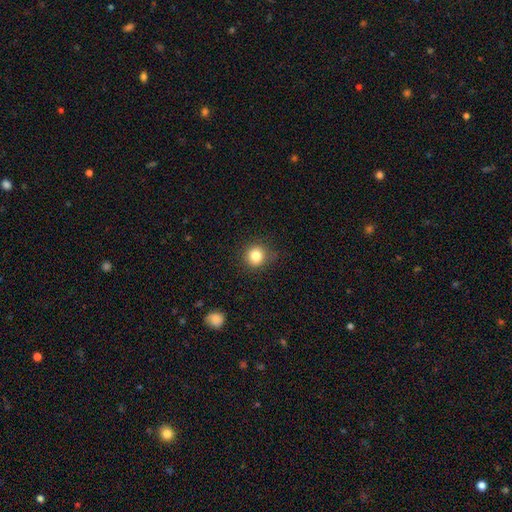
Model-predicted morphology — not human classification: Overall: smooth (82%). How rounded: round (88%). Merging: none (81%).